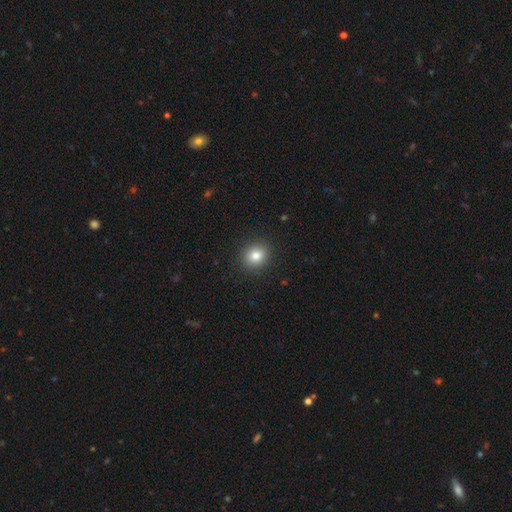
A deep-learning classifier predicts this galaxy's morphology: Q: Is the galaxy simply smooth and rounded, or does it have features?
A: smooth — 82%.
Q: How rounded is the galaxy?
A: round — 74%.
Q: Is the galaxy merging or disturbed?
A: none — 90%.